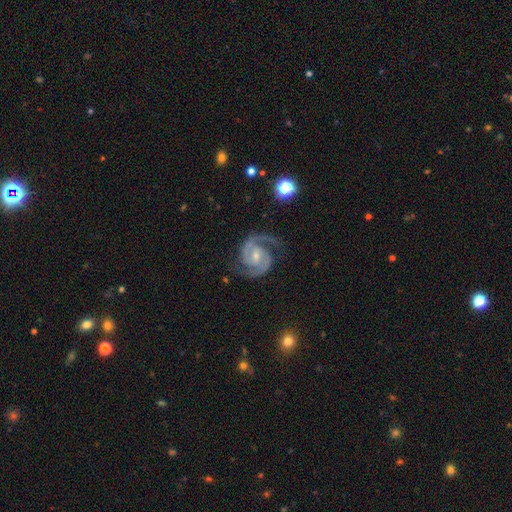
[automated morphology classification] Q: Smooth or featured?
A: featured or disk (93%); runner-up: star or artifact (4%)
Q: Edge-on disk?
A: no (98%); runner-up: yes (2%)
Q: Bar?
A: weak (50%); runner-up: no (32%)
Q: Spiral arms?
A: yes (99%); runner-up: no (1%)
Q: Spiral winding?
A: medium (57%); runner-up: tight (35%)
Q: Spiral arm count?
A: 2 (93%); runner-up: 3 (2%)
Q: Bulge size?
A: small (53%); runner-up: moderate (40%)
Q: Merging?
A: none (81%); runner-up: minor disturbance (13%)